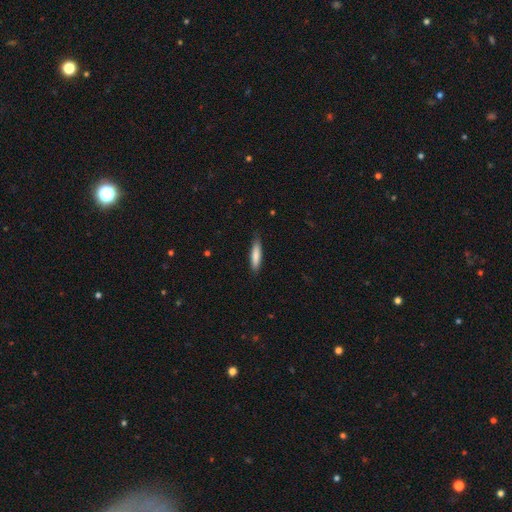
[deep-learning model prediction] Smooth or featured?
  - smooth: 82% *
  - featured or disk: 13%
  - star or artifact: 5%
How rounded?
  - cigar-shaped: 79% *
  - in between: 19%
  - round: 1%
Merging?
  - none: 83% *
  - minor disturbance: 14%
  - major disturbance: 2%
  - merger: 1%